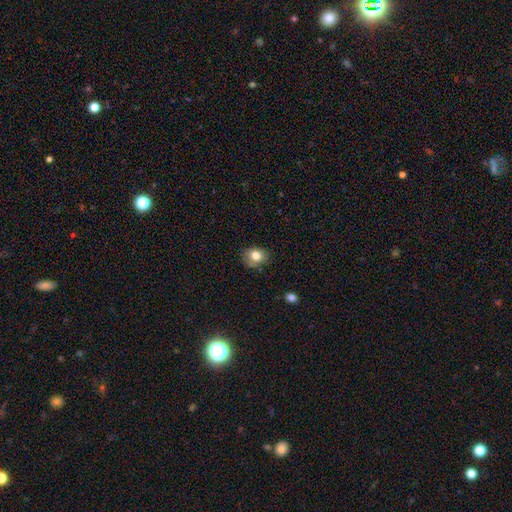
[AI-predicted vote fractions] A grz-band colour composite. It shows a smooth galaxy with no disk features (79%) that is round (57%). Merging: none (70%).